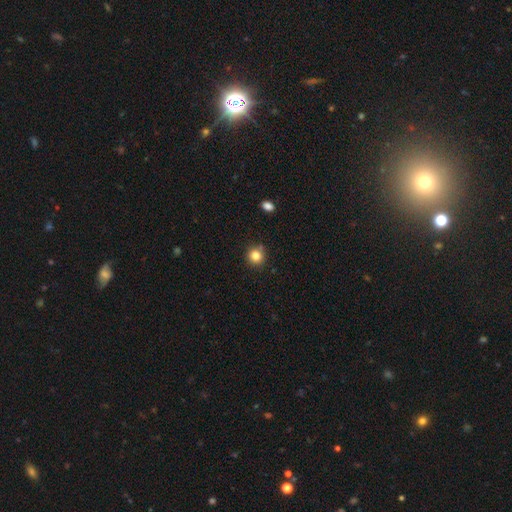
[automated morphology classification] This appears to be a smooth galaxy with no disk features (82%) that is round (92%). Merging: none (85%).